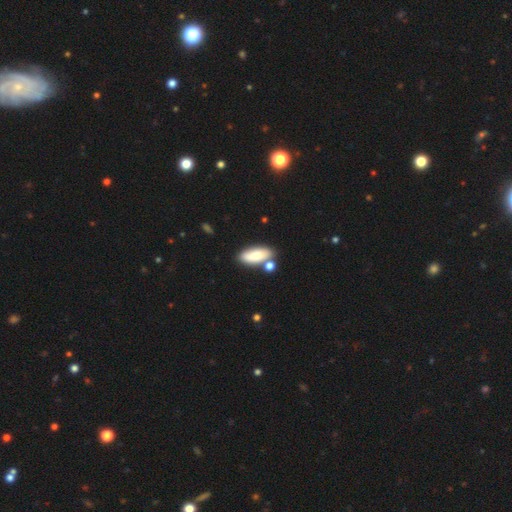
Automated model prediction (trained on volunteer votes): Smooth or featured?
  - smooth: 79% *
  - featured or disk: 14%
  - star or artifact: 7%
How rounded?
  - in between: 79% *
  - cigar-shaped: 18%
  - round: 3%
Merging?
  - none: 64% *
  - merger: 19%
  - minor disturbance: 13%
  - major disturbance: 4%